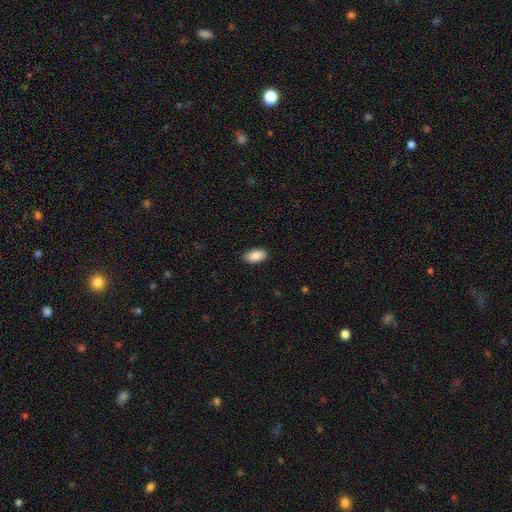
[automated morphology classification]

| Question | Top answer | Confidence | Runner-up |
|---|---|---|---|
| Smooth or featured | smooth | 89% | star or artifact (7%) |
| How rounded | in between | 94% | round (3%) |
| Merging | none | 87% | minor disturbance (10%) |